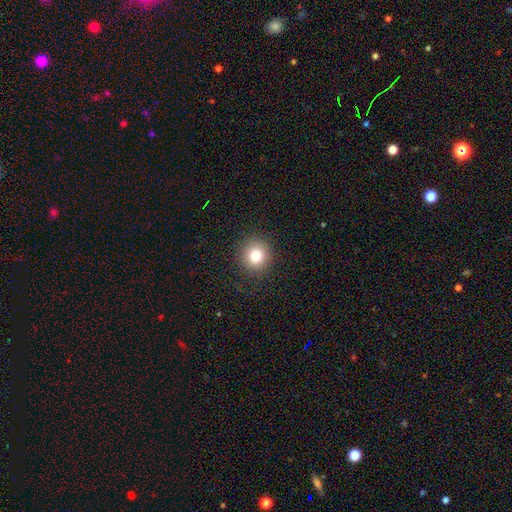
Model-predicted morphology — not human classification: Smooth or featured?
  - smooth: 79% *
  - star or artifact: 12%
  - featured or disk: 9%
How rounded?
  - round: 91% *
  - in between: 8%
  - cigar-shaped: 1%
Merging?
  - none: 88% *
  - minor disturbance: 7%
  - major disturbance: 3%
  - merger: 1%